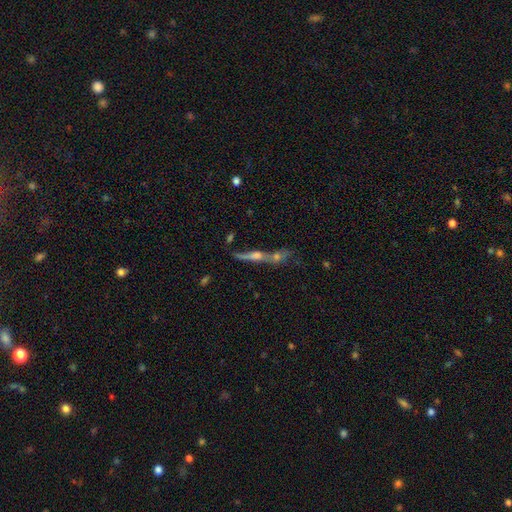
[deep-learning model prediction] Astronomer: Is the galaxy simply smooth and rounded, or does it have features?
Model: featured or disk — 62%.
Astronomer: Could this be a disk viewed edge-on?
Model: yes — 82%.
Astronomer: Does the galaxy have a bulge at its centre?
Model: rounded — 78%.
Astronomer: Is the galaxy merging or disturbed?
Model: merger — 44% (runner-up: none, 38%).